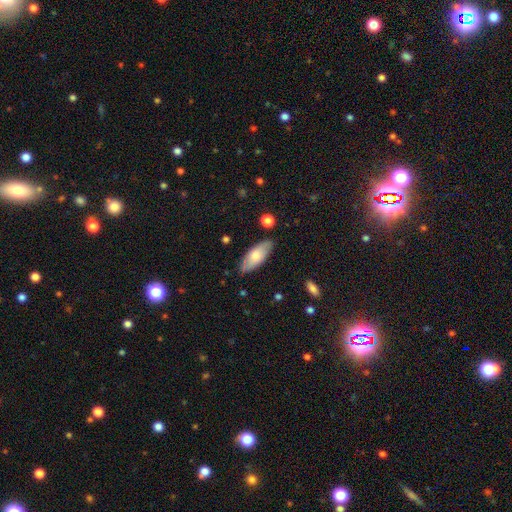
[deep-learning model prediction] Smooth or featured: smooth — 69% (featured or disk — 25%)
How rounded: in between — 80% (cigar-shaped — 18%)
Merging: none — 81% (minor disturbance — 14%)